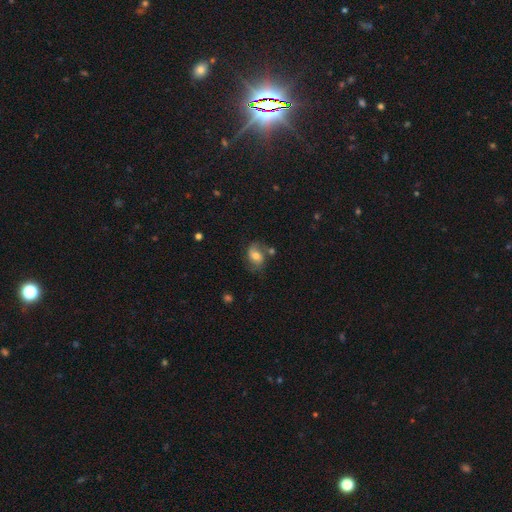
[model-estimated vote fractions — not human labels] Smooth or featured?
  - featured or disk: 49% *
  - smooth: 41%
  - star or artifact: 10%
Merging?
  - none: 56% *
  - minor disturbance: 22%
  - merger: 11%
  - major disturbance: 11%